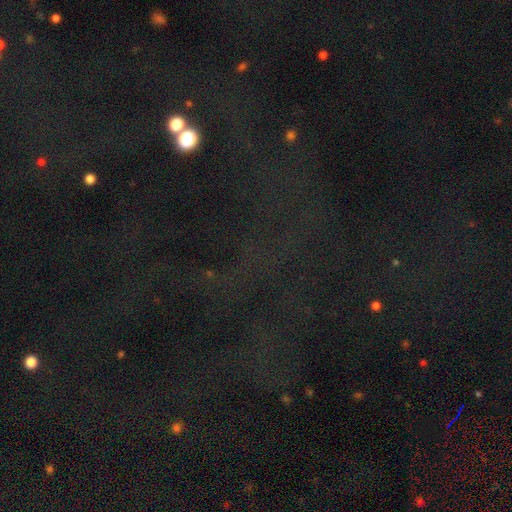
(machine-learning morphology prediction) smooth_or_featured: star or artifact (p=0.76) [alt: smooth p=0.13]